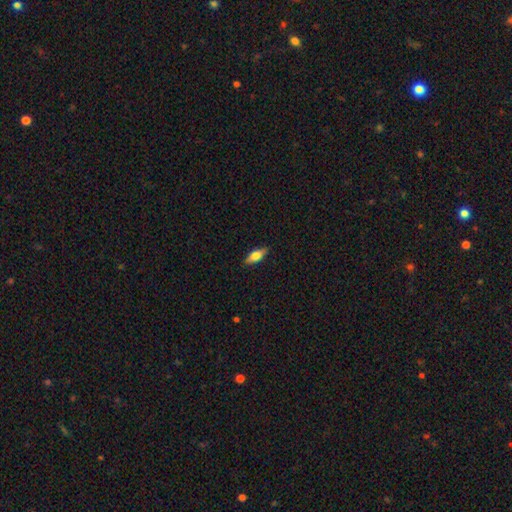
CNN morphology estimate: A smooth galaxy with no disk features (70%) that is in between round and cigar-shaped (72%).

Vote fractions:
- Smooth or featured? smooth: 70% / featured or disk: 23% / star or artifact: 6%
- How rounded? in between: 72% / cigar-shaped: 25% / round: 3%
- Merging? none: 86% / minor disturbance: 10% / major disturbance: 2% / merger: 1%